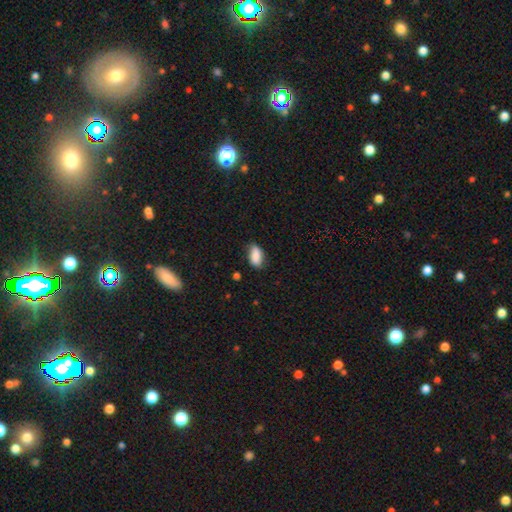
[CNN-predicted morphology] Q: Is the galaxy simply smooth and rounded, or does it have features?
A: smooth — 87%.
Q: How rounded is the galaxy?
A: in between — 90%.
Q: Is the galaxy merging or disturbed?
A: none — 72%.